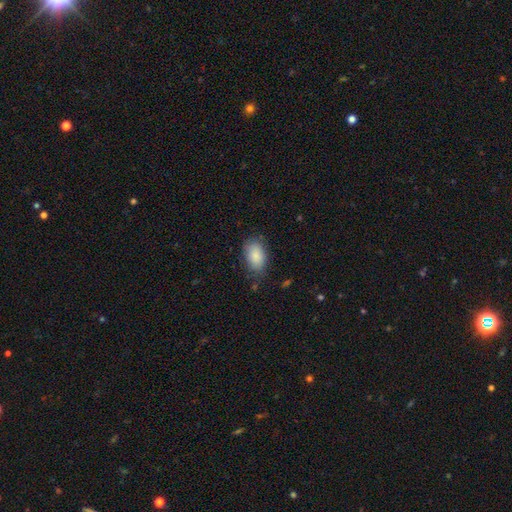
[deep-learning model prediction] Smooth or featured? smooth (88%)
How rounded? in between (91%)
Merging? none (74%)